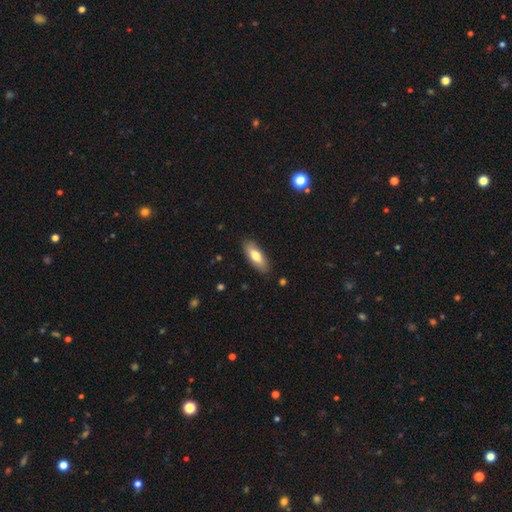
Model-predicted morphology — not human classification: Smooth or featured? Predicted: smooth (p=0.70). How rounded? Predicted: in between (p=0.69). Merging? Predicted: none (p=0.86).